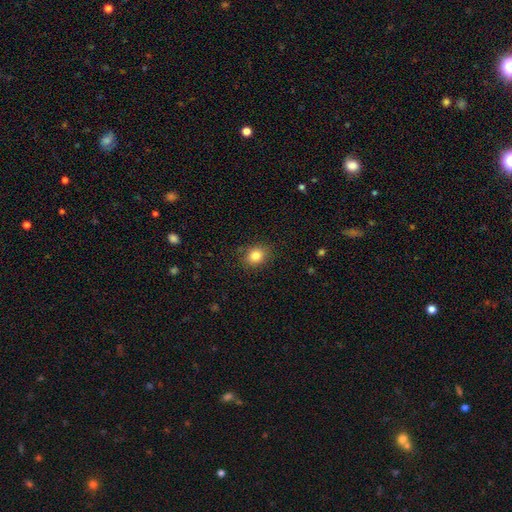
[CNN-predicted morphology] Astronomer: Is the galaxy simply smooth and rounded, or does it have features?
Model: smooth — 83%.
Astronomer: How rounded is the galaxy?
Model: round — 55% (runner-up: in between, 44%).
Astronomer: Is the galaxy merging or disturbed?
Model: none — 85%.